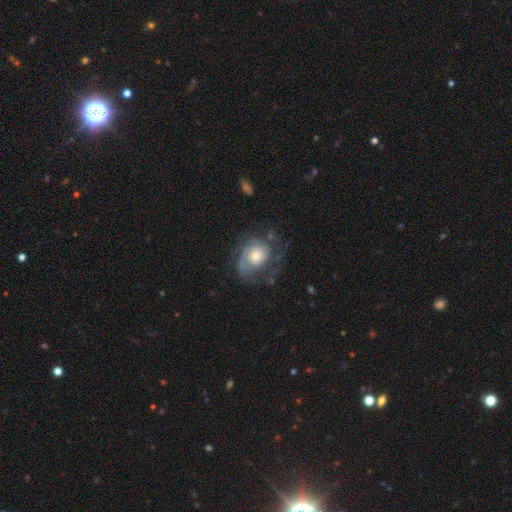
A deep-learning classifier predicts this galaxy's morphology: Smooth or featured: featured or disk — 79% (smooth — 14%)
Edge-on disk: no — 97% (yes — 3%)
Bar: no — 77% (weak — 20%)
Spiral arms: yes — 92% (no — 8%)
Spiral winding: tight — 51% (medium — 36%)
Spiral arm count: 2 — 40% (can't tell — 24%)
Bulge size: moderate — 54% (small — 32%)
Merging: none — 61% (minor disturbance — 20%)